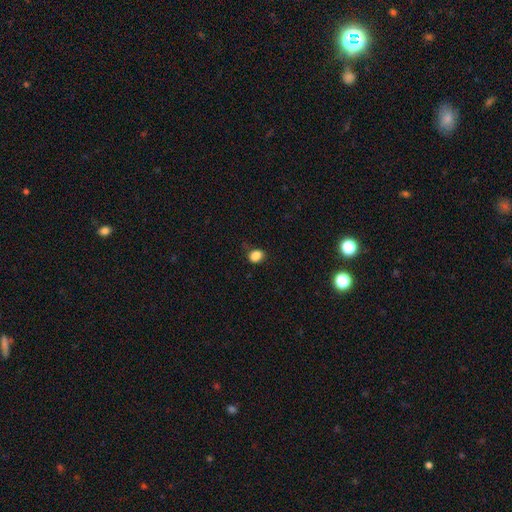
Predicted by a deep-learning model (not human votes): This is clearly a smooth galaxy (86%). How rounded: possibly in between (51%). Merging: likely none (73%).